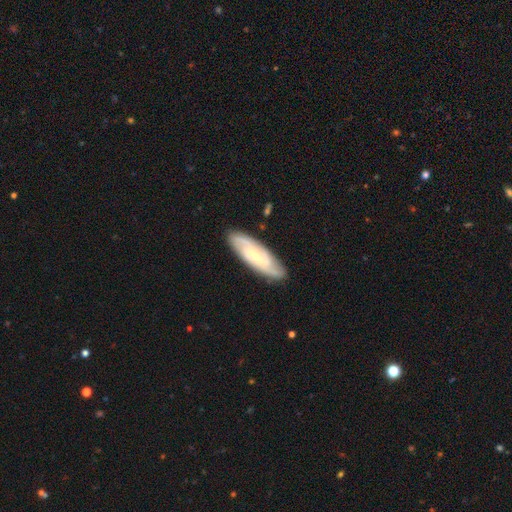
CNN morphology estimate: Overall: featured or disk (70%). Edge-on disk: no (85%). Bar: no (54%; weak 36%). Spiral arms: yes (94%). Spiral arm count: 2 (35%; can't tell 30%). Spiral winding: tight (52%; medium 36%). Bulge size: small (71%). Merging: none (85%).